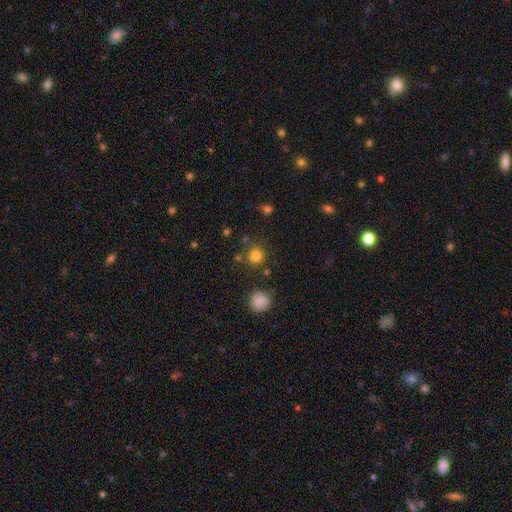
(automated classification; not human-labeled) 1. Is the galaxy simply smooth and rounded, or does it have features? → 81% smooth, 14% star or artifact, 5% featured or disk.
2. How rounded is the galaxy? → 92% round, 7% in between, 1% cigar-shaped.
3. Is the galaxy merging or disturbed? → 84% none, 8% minor disturbance, 5% merger, 3% major disturbance.